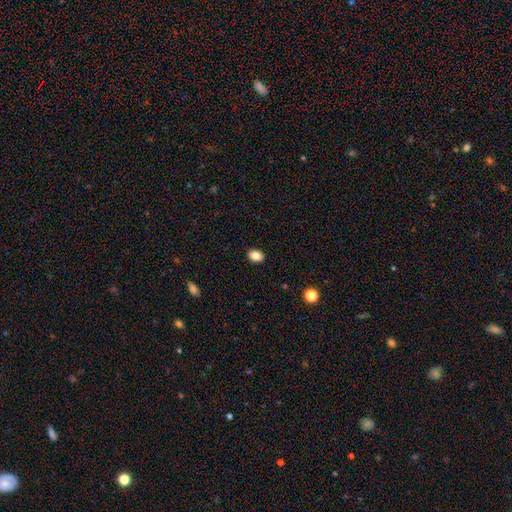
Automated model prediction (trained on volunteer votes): Smooth or featured? Predicted: smooth (p=0.85). How rounded? Predicted: in between (p=0.72). Merging? Predicted: none (p=0.90).